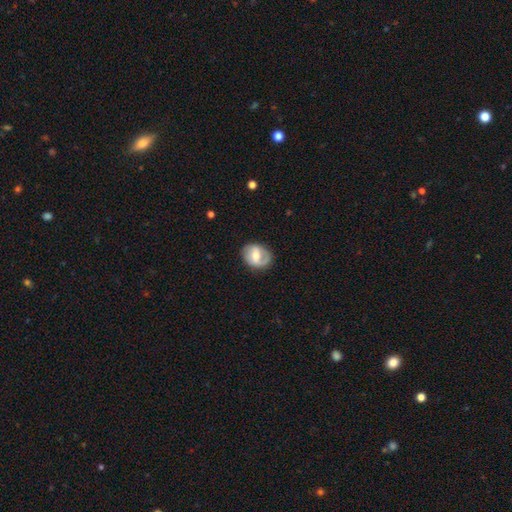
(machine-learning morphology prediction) Smooth or featured: featured or disk — 54% (smooth — 40%)
Edge-on disk: no — 96% (yes — 4%)
Bar: weak — 46% (no — 30%)
Spiral arms: yes — 68% (no — 32%)
Bulge size: moderate — 63% (small — 29%)
Merging: none — 75% (minor disturbance — 17%)